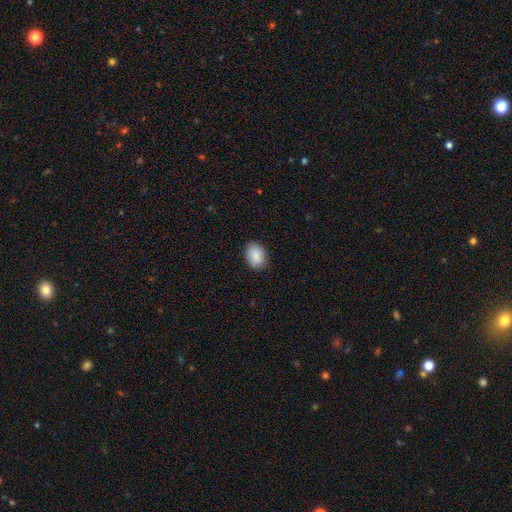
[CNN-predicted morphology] A smooth galaxy with no disk features (87%) that is in between round and cigar-shaped (74%).

Vote fractions:
- Smooth or featured? smooth: 87% / star or artifact: 7% / featured or disk: 6%
- How rounded? in between: 74% / round: 25% / cigar-shaped: 1%
- Merging? none: 85% / minor disturbance: 12% / major disturbance: 2% / merger: 1%